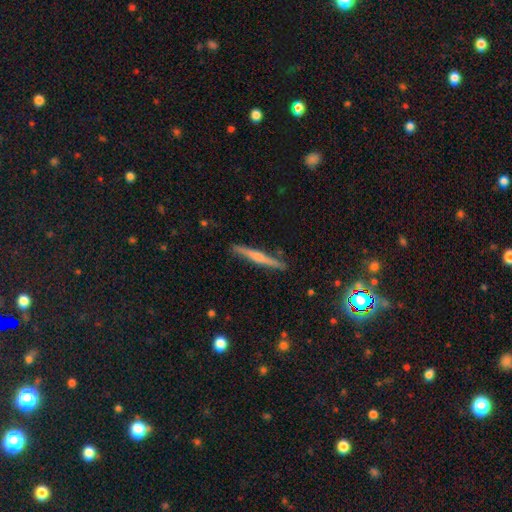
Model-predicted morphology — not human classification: This is likely a featured or disk galaxy (67%). It is clearly viewed edge-on (98%). Edge-on bulge: likely rounded (73%). Merging: clearly none (90%).